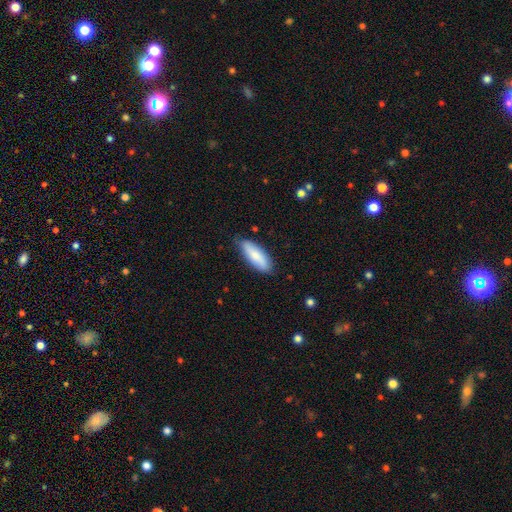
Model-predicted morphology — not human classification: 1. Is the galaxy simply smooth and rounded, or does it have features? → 82% smooth, 13% featured or disk, 5% star or artifact.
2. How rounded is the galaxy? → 63% in between, 35% cigar-shaped, 2% round.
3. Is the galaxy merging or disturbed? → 80% none, 16% minor disturbance, 2% major disturbance, 1% merger.